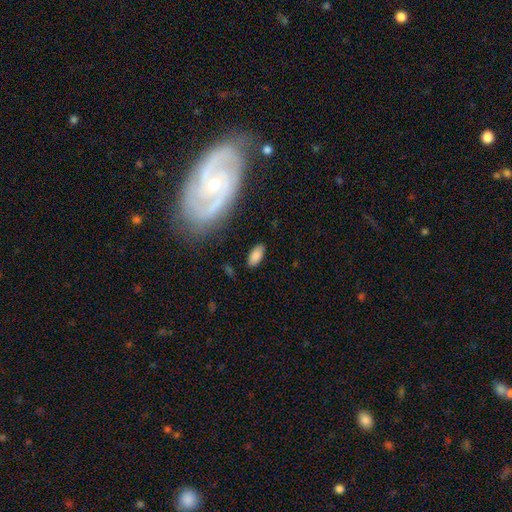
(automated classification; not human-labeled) smooth-or-featured: smooth: 83% | star or artifact: 9% | featured or disk: 8%
  how-rounded: in between: 92% | cigar-shaped: 5% | round: 3%
  merging: none: 84% | minor disturbance: 11% | major disturbance: 3% | merger: 2%